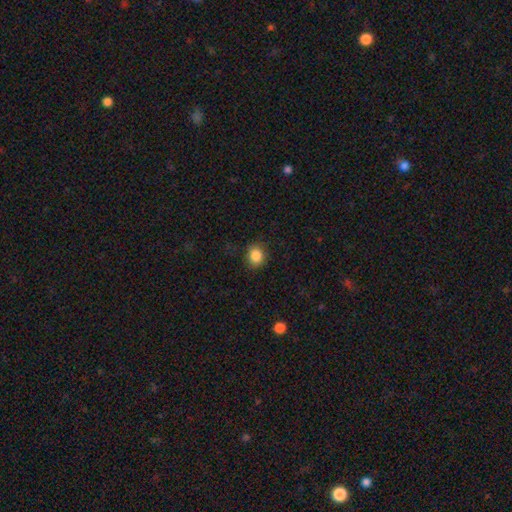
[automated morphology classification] smooth_or_featured: smooth (p=0.87) [alt: star or artifact p=0.10]
how_rounded: round (p=0.68) [alt: in between p=0.31]
merging: none (p=0.84) [alt: minor disturbance p=0.12]